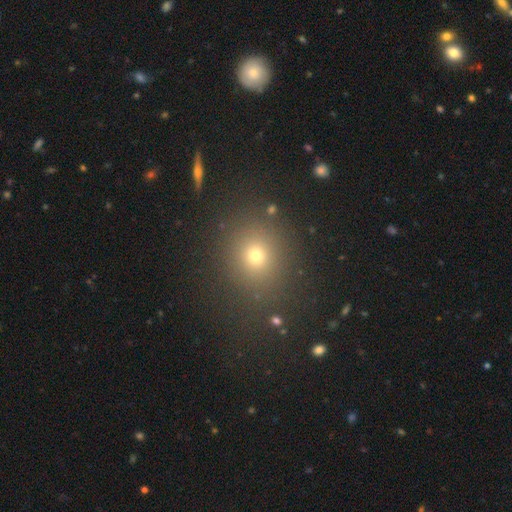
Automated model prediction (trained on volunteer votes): This appears to be a smooth galaxy with no disk features (71%) that is round (79%). Merging: none (85%).